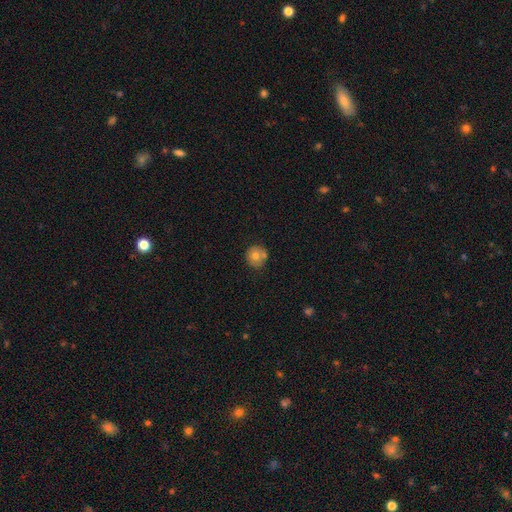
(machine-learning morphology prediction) A smooth galaxy with no disk features (71%) that is round (93%). Merging: none (73%).